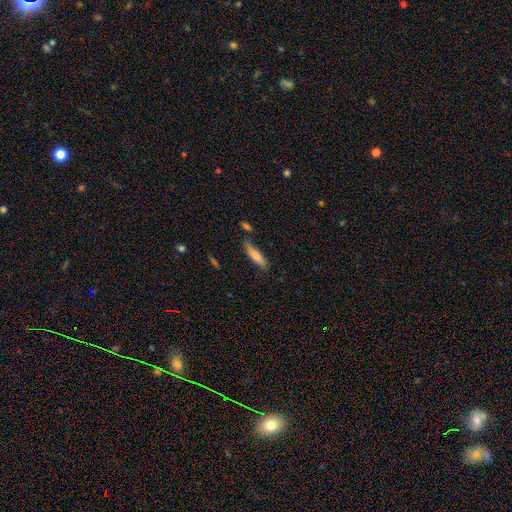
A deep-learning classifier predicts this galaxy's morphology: Smooth or featured?
  - smooth: 79% *
  - featured or disk: 15%
  - star or artifact: 7%
How rounded?
  - cigar-shaped: 70% *
  - in between: 29%
  - round: 2%
Merging?
  - none: 71% *
  - minor disturbance: 18%
  - merger: 7%
  - major disturbance: 4%